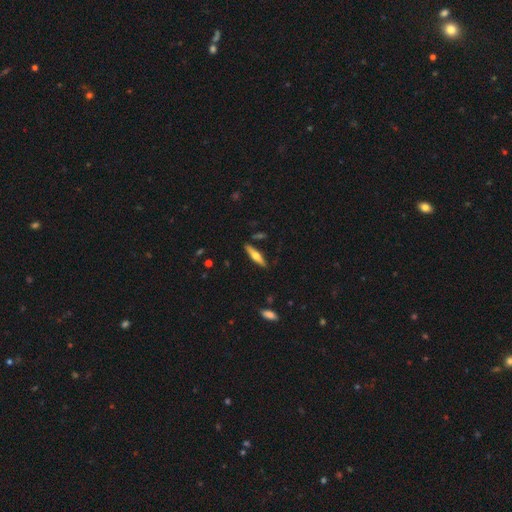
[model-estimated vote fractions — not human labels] Q: Smooth or featured?
A: featured or disk (50%); runner-up: smooth (44%)
Q: Merging?
A: none (87%); runner-up: minor disturbance (9%)